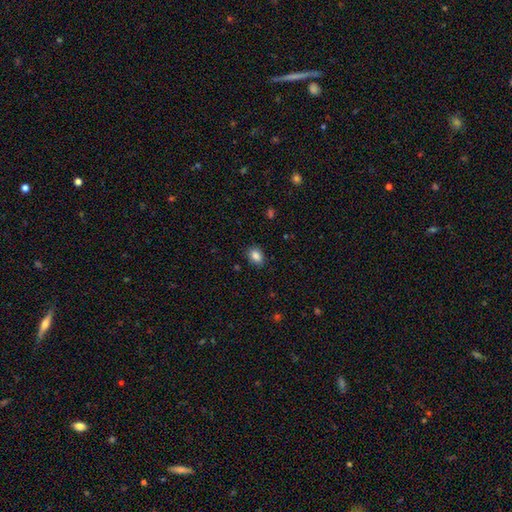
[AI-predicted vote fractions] smooth 86%, star or artifact 9%, featured or disk 5%. Down the decision tree: how rounded — in between (72%); merging — none (86%).